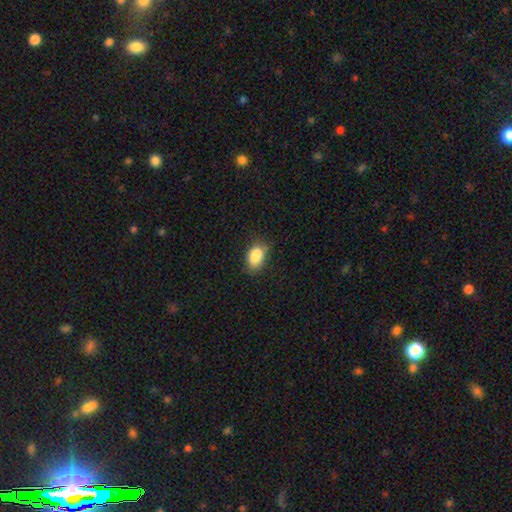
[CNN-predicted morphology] Overall: smooth (83%). How rounded: in between (86%). Merging: none (58%; minor disturbance 26%).